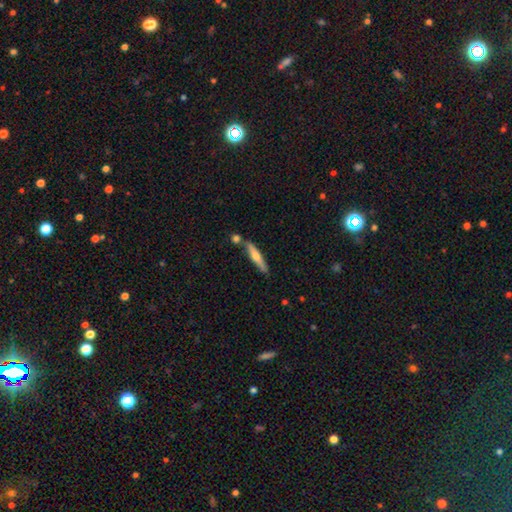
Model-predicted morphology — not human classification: Q: Smooth or featured?
A: smooth (50%); runner-up: featured or disk (45%)
Q: Merging?
A: none (75%); runner-up: minor disturbance (12%)